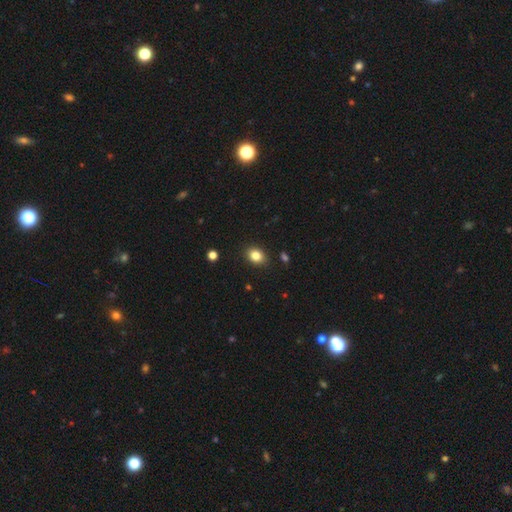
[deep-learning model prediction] smooth-or-featured: smooth: 84% | star or artifact: 10% | featured or disk: 6%
  how-rounded: in between: 59% | round: 40% | cigar-shaped: 1%
  merging: none: 88% | minor disturbance: 8% | major disturbance: 2% | merger: 1%